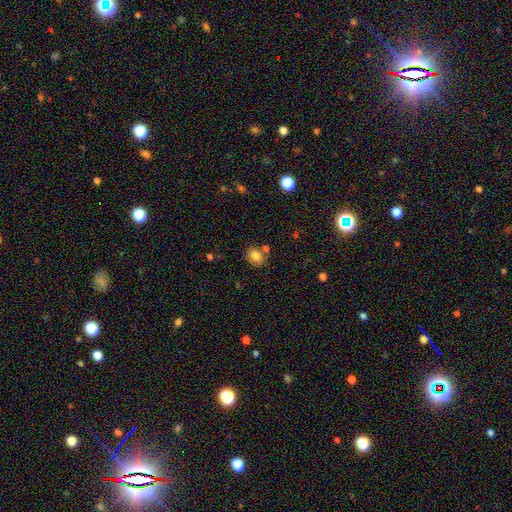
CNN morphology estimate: type=smooth (81%); roundness=in between (53%); merging=none (70%).